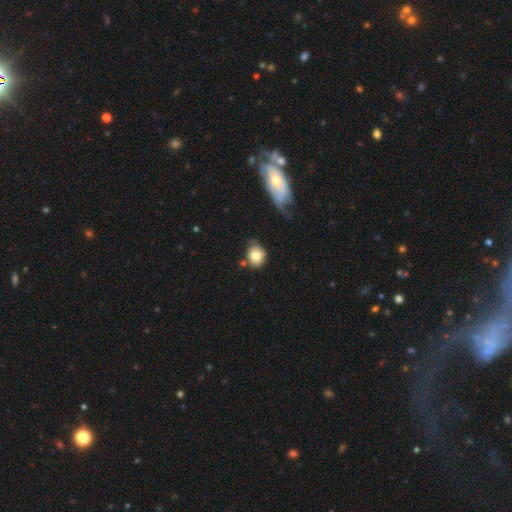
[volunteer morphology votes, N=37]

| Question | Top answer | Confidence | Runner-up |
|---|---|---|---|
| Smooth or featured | smooth | 86% | featured or disk (8%) |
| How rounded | round | 50% | tied: in between (50%) |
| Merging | none | 66% | minor disturbance (23%) |